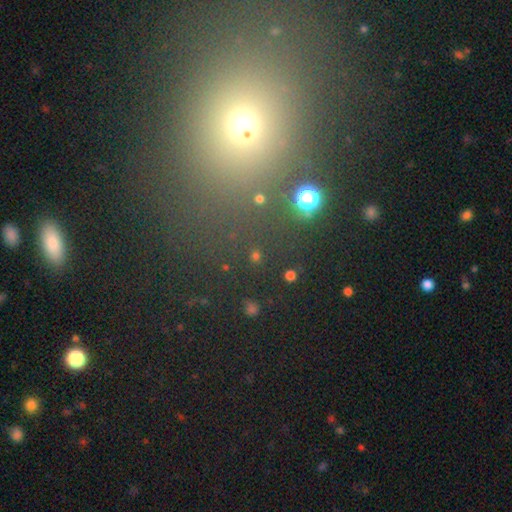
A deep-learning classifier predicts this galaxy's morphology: This appears to be a star or artifact, not a galaxy (52%).